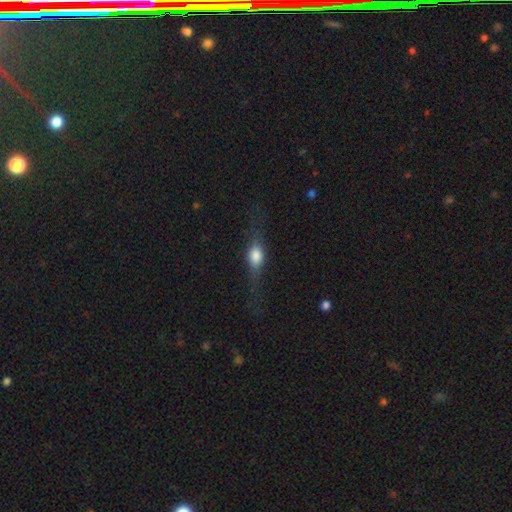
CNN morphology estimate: smooth-or-featured: smooth: 47% | featured or disk: 43% | star or artifact: 9%
  merging: none: 68% | minor disturbance: 18% | major disturbance: 12% | merger: 2%